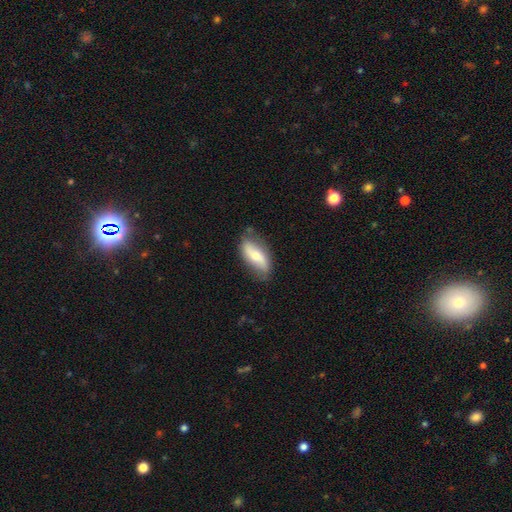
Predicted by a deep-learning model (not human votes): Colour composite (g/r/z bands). It shows a featured or disk galaxy (48%). Merging: none (70%).